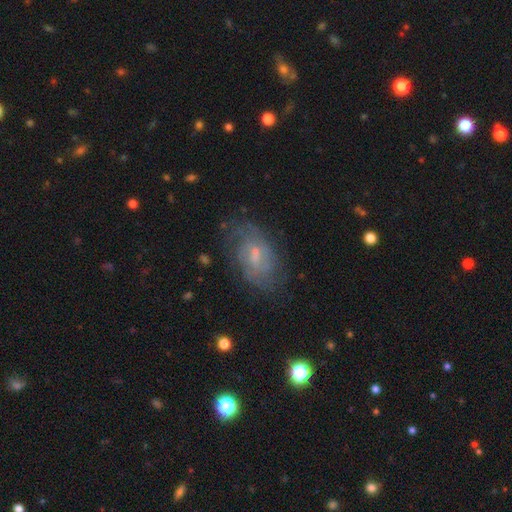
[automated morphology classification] This is likely a featured or disk galaxy (66%). It is clearly not viewed edge-on (95%). Bar: possibly weak (53%). Spiral arm pattern: likely yes (79%). Central bulge: possibly small (57%). Merging: likely none (65%).